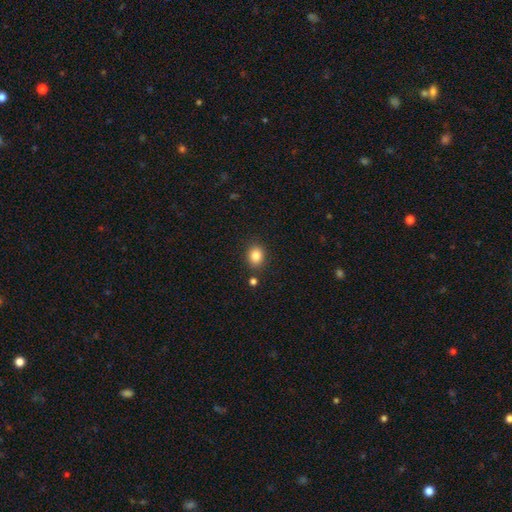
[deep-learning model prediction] Overall: smooth (85%). How rounded: round (60%; in between 39%). Merging: none (85%).